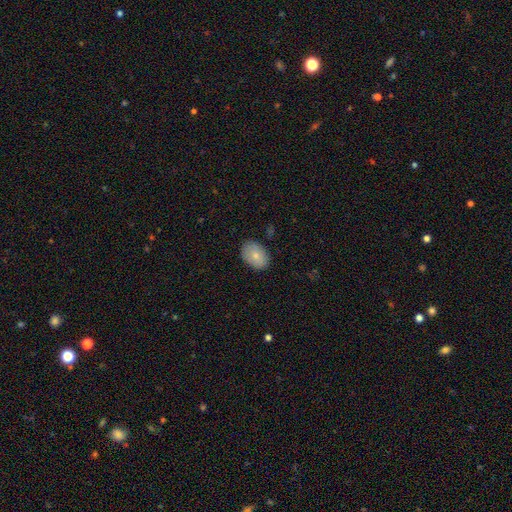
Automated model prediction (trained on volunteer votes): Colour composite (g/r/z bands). It shows a smooth galaxy with no disk features (78%) that is in between round and cigar-shaped (81%). Merging: none (84%).